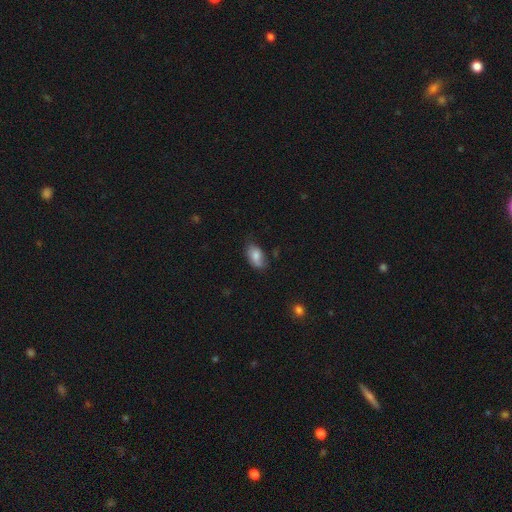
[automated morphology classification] Smooth or featured?
  - smooth: 78% *
  - featured or disk: 15%
  - star or artifact: 8%
How rounded?
  - in between: 92% *
  - round: 6%
  - cigar-shaped: 2%
Merging?
  - none: 62% *
  - minor disturbance: 29%
  - major disturbance: 7%
  - merger: 2%